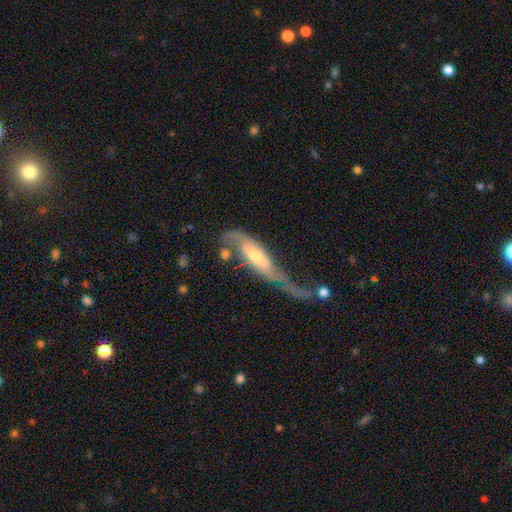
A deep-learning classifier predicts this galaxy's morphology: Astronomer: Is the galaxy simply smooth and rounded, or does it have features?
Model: featured or disk — 77%.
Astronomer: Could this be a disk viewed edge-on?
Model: no — 77%.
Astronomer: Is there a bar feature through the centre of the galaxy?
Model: no — 54% (runner-up: weak, 31%).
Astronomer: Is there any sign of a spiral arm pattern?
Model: yes — 83%.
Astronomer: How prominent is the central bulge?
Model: moderate — 49% (runner-up: small, 44%).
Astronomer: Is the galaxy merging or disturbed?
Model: major disturbance — 42% (runner-up: none, 23%).